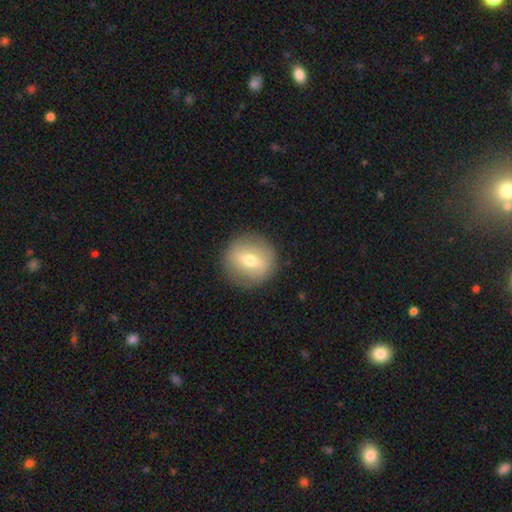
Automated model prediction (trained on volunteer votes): Smooth or featured: smooth — 50% (featured or disk — 38%)
Merging: none — 89% (minor disturbance — 7%)